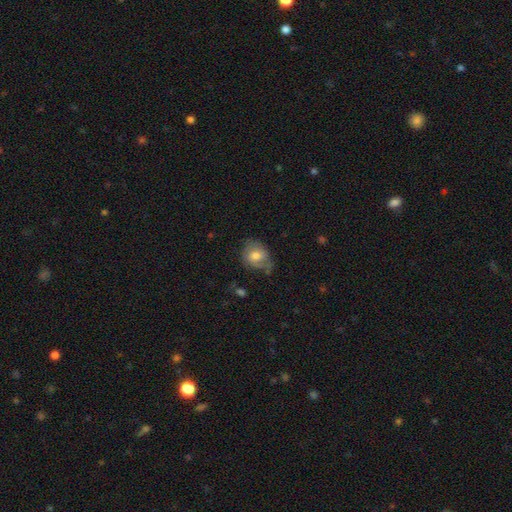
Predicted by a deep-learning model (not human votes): smooth 65%, featured or disk 27%, star or artifact 8%. Down the decision tree: how rounded — round (52%); merging — none (52%).